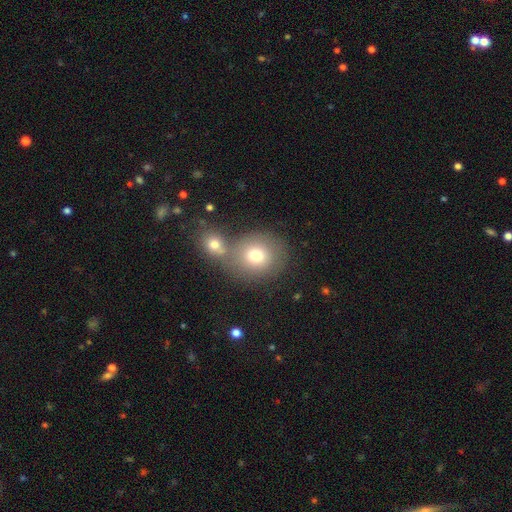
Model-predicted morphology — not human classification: Overall: smooth (75%). How rounded: round (80%). Merging: none (51%; merger 35%).